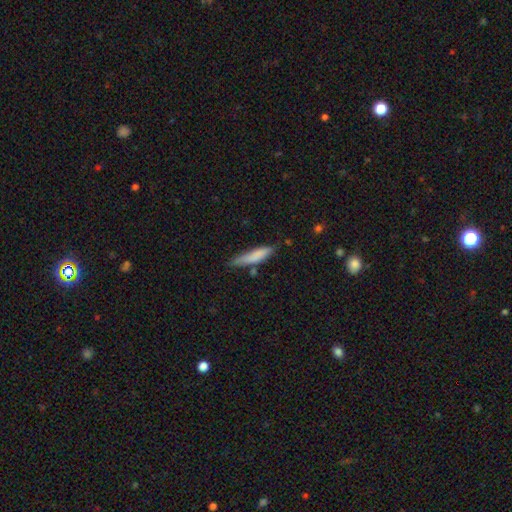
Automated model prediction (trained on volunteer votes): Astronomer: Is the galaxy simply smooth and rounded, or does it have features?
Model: smooth — 79%.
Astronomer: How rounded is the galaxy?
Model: cigar-shaped — 81%.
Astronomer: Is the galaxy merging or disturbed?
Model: none — 61%.